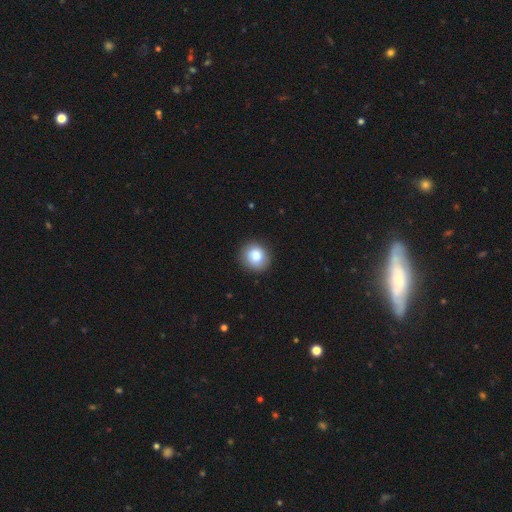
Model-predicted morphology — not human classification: Smooth or featured?
  - smooth: 85% *
  - star or artifact: 8%
  - featured or disk: 7%
How rounded?
  - round: 85% *
  - in between: 14%
  - cigar-shaped: 1%
Merging?
  - none: 87% *
  - minor disturbance: 9%
  - major disturbance: 2%
  - merger: 1%